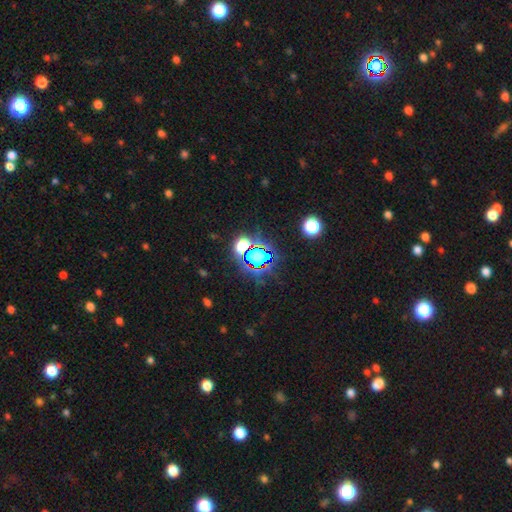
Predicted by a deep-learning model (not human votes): This appears to be a star or artifact, not a galaxy (68%).